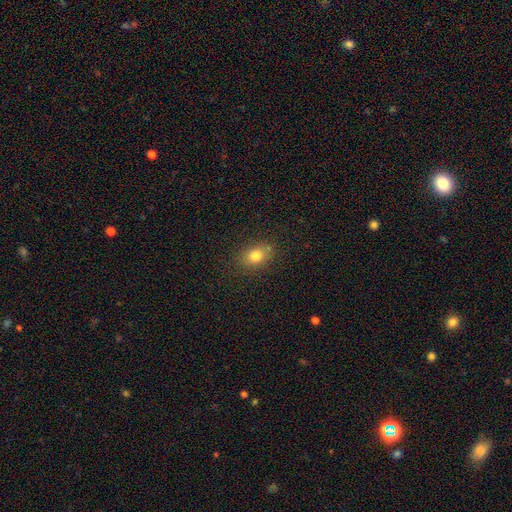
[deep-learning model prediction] A smooth galaxy with no disk features (80%) that is in between round and cigar-shaped (71%).

Vote fractions:
- Smooth or featured? smooth: 80% / star or artifact: 11% / featured or disk: 9%
- How rounded? in between: 71% / round: 27% / cigar-shaped: 2%
- Merging? none: 81% / minor disturbance: 13% / major disturbance: 3% / merger: 3%